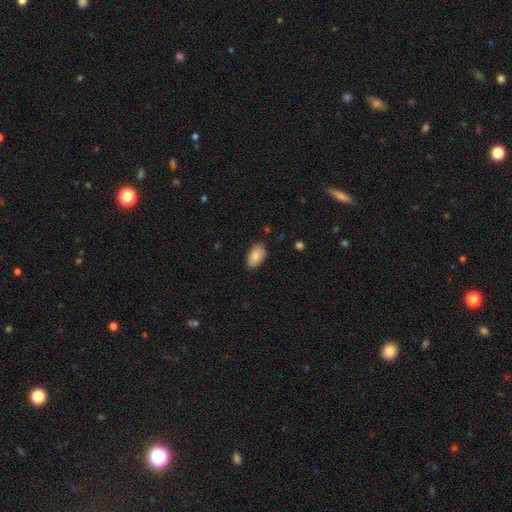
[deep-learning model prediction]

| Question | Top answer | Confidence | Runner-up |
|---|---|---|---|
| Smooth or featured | smooth | 85% | featured or disk (8%) |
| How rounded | in between | 93% | round (5%) |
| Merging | none | 80% | minor disturbance (16%) |